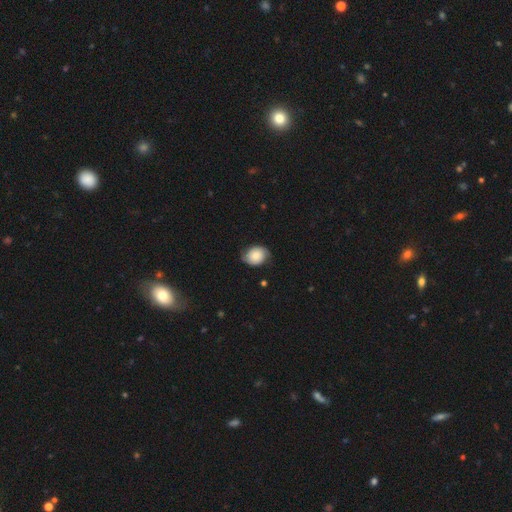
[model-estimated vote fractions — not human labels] smooth_or_featured: smooth (p=0.52) [alt: featured or disk p=0.40]
how_rounded: round (p=0.50) [alt: in between p=0.49]
merging: none (p=0.70) [alt: minor disturbance p=0.22]